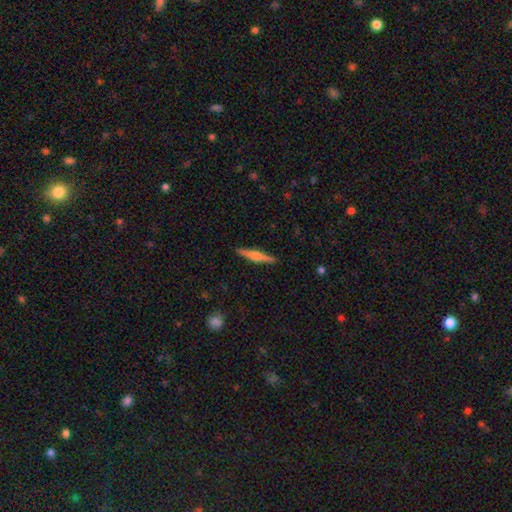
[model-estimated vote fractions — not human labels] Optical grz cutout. It shows a featured or disk galaxy (69%) viewed edge-on (98%) with a rounded central bulge (88%). Merging: none (92%).